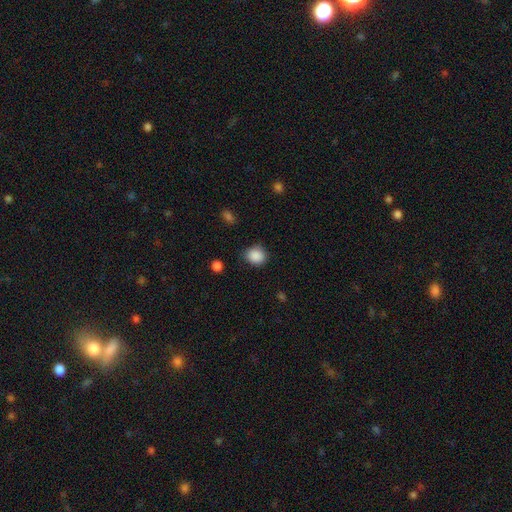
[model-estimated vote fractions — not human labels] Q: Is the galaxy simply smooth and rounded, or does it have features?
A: smooth — 88%.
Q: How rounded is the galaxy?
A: round — 75%.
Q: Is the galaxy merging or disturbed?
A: none — 82%.